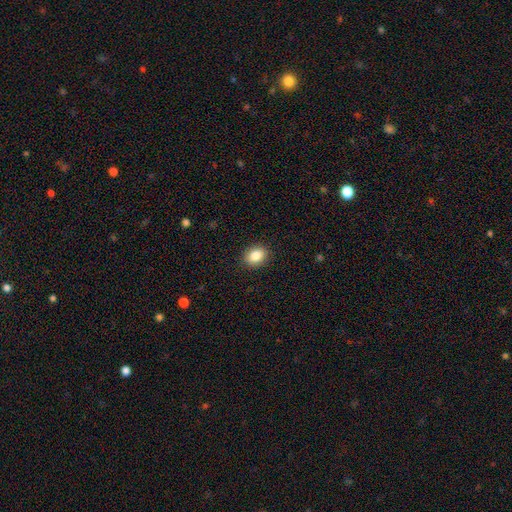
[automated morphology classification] smooth-or-featured: smooth: 85% | star or artifact: 9% | featured or disk: 6%
  how-rounded: in between: 56% | round: 43% | cigar-shaped: 1%
  merging: none: 90% | minor disturbance: 7% | major disturbance: 2% | merger: 1%